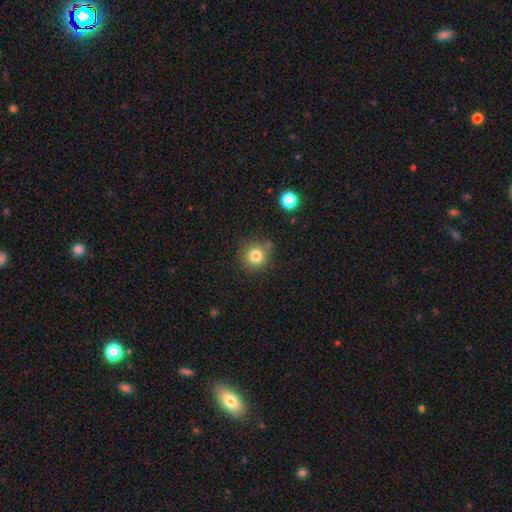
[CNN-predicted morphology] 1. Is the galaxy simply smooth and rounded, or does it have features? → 81% smooth, 12% star or artifact, 7% featured or disk.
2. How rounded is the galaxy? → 92% round, 7% in between, 1% cigar-shaped.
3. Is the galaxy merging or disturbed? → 74% none, 15% minor disturbance, 7% merger, 4% major disturbance.